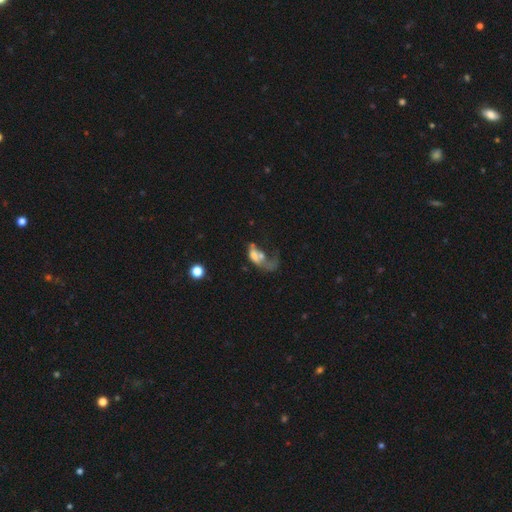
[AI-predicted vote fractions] A featured or disk galaxy (47%). Merging: major disturbance (48%).